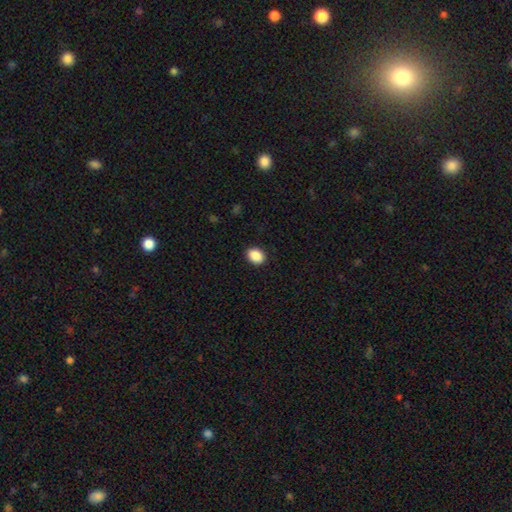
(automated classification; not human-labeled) The model was most divided on "how rounded": in between: 67%, round: 32%, cigar-shaped: 1%. More confident: merging — none (90%); smooth or featured — smooth (89%).